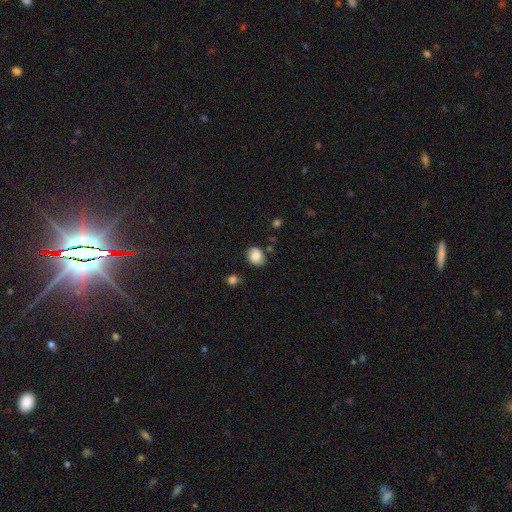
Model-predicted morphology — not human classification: Smooth or featured? smooth (83%)
How rounded? round (60%)
Merging? none (72%)